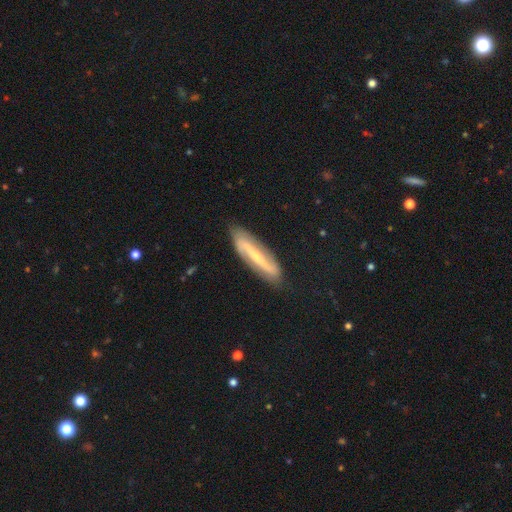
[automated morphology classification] smooth-or-featured: featured or disk: 71% | smooth: 22% | star or artifact: 7%
  disk-edge-on: no: 65% | yes: 35%
  merging: none: 84% | minor disturbance: 12% | major disturbance: 3% | merger: 2%